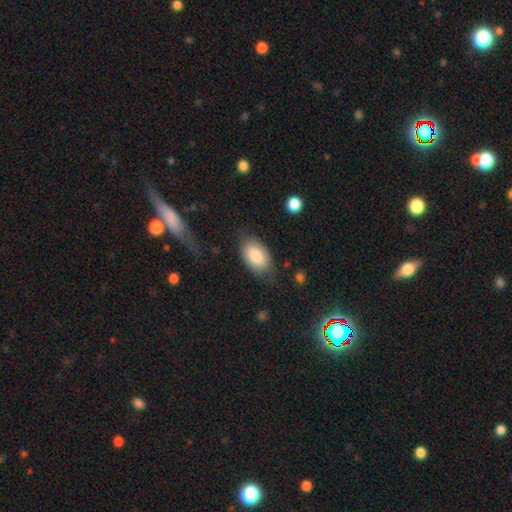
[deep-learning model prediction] Q: Smooth or featured?
A: smooth (85%); runner-up: featured or disk (9%)
Q: How rounded?
A: in between (93%); runner-up: round (6%)
Q: Merging?
A: none (73%); runner-up: minor disturbance (19%)